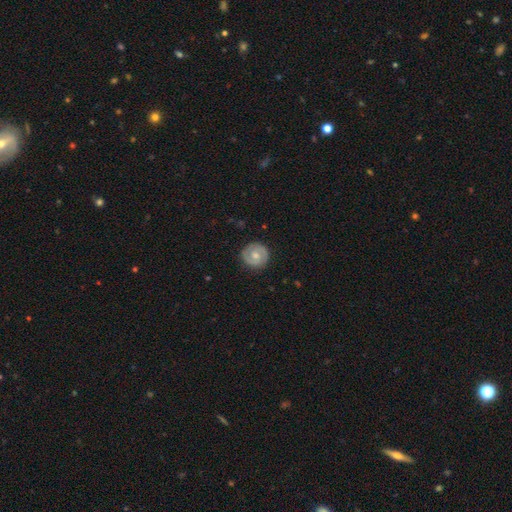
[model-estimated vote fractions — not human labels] Smooth or featured? Predicted: featured or disk (p=0.54). Edge-on disk? Predicted: no (p=0.97). Bar? Predicted: no (p=0.65). Spiral arms? Predicted: yes (p=0.72). Bulge size? Predicted: moderate (p=0.67). Merging? Predicted: none (p=0.86).